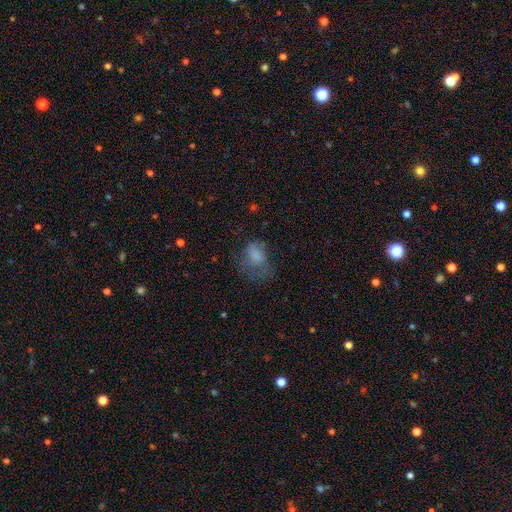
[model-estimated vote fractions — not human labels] smooth 67%, featured or disk 21%, star or artifact 12%. Down the decision tree: how rounded — in between (72%); merging — major disturbance (40%).